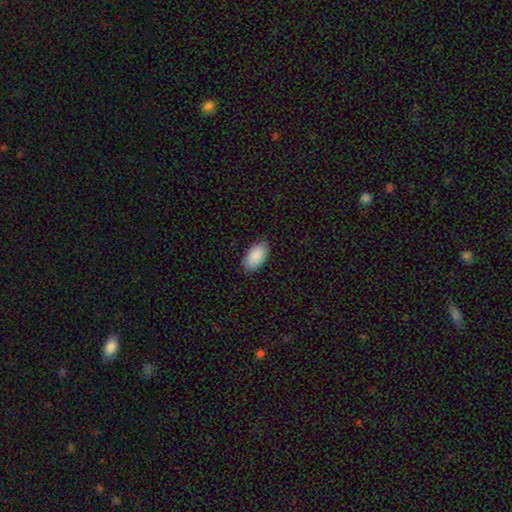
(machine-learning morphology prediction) Smooth or featured: smooth — 90% (star or artifact — 6%)
How rounded: in between — 96% (round — 2%)
Merging: none — 87% (minor disturbance — 10%)